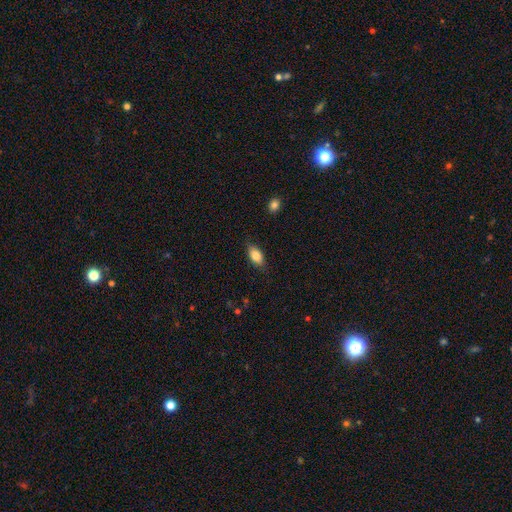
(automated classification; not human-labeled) Smooth or featured: smooth — 82% (featured or disk — 11%)
How rounded: in between — 88% (round — 6%)
Merging: none — 83% (minor disturbance — 13%)